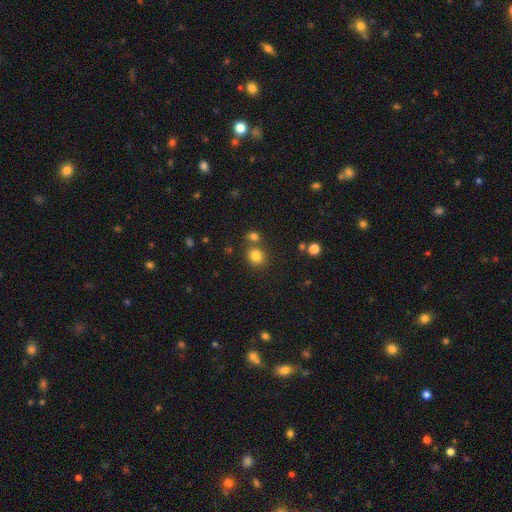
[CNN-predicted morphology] smooth-or-featured: smooth: 81% | star or artifact: 13% | featured or disk: 6%
  how-rounded: round: 75% | in between: 24% | cigar-shaped: 1%
  merging: none: 69% | merger: 19% | minor disturbance: 9% | major disturbance: 3%